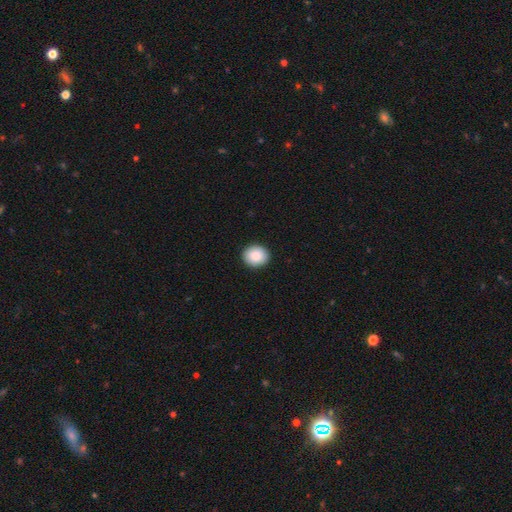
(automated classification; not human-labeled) A smooth galaxy with no disk features (87%) that is round (76%). Merging: none (92%).